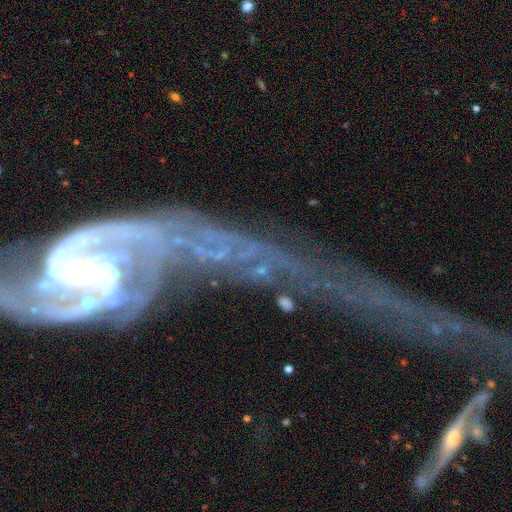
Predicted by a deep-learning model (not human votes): This appears to be a featured or disk galaxy (77%) with no bar (50%), spiral arms (75%) and a small central bulge (46%). Merging: major disturbance (32%).